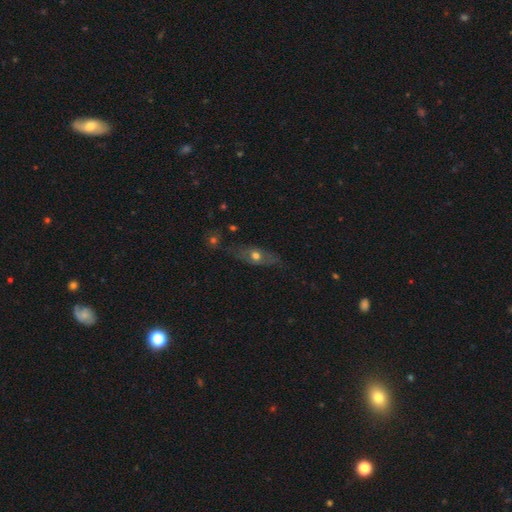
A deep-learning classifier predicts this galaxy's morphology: Smooth or featured: smooth — 49% (featured or disk — 42%)
Merging: none — 68% (minor disturbance — 21%)